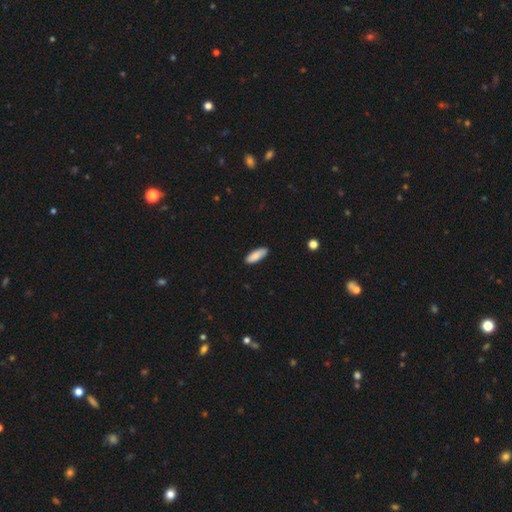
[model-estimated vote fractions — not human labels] A smooth galaxy with no disk features (87%) that is in between round and cigar-shaped (60%). Merging: none (88%).